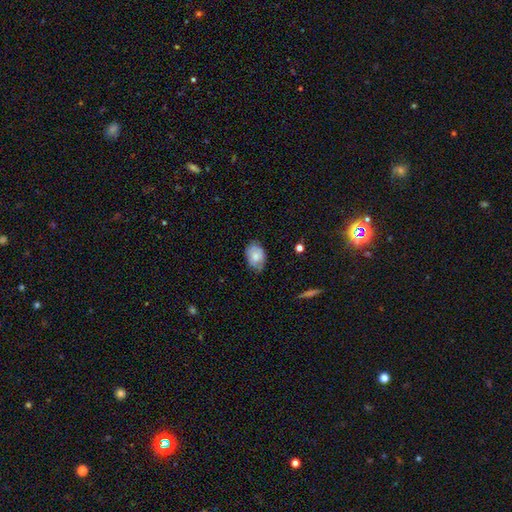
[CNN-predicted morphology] Overall: smooth (69%). How rounded: in between (83%). Merging: none (67%).